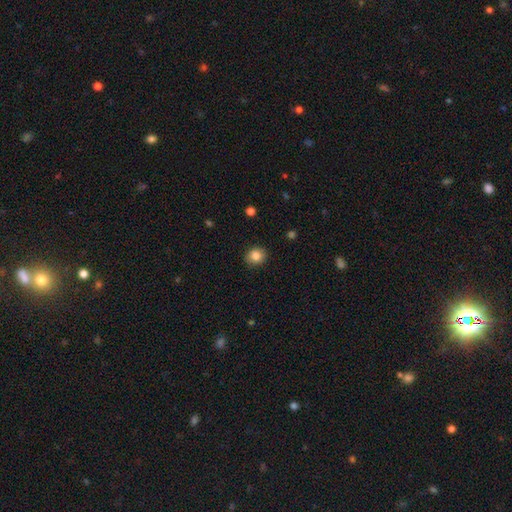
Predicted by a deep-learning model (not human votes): This is clearly a smooth galaxy (85%). How rounded: likely round (75%). Merging: clearly none (89%).